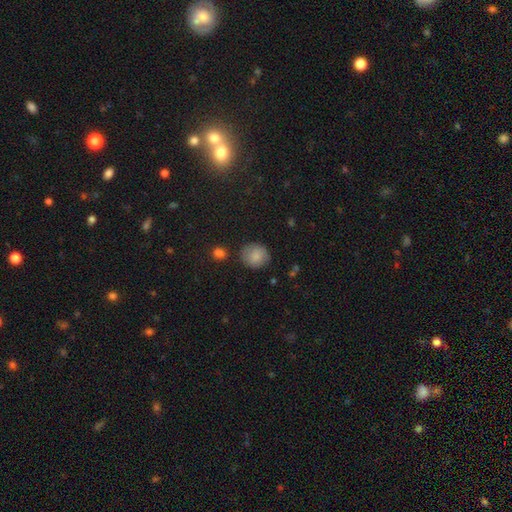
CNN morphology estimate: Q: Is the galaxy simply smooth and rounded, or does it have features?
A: smooth — 84%.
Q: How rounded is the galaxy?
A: round — 83%.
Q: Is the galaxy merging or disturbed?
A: none — 80%.